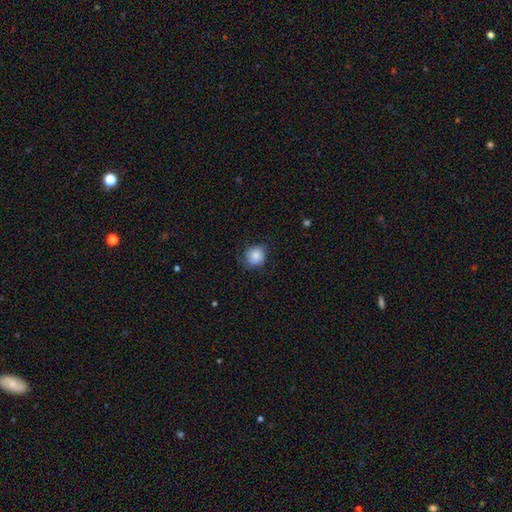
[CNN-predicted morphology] Smooth or featured? Predicted: smooth (p=0.84). How rounded? Predicted: round (p=0.87). Merging? Predicted: none (p=0.73).